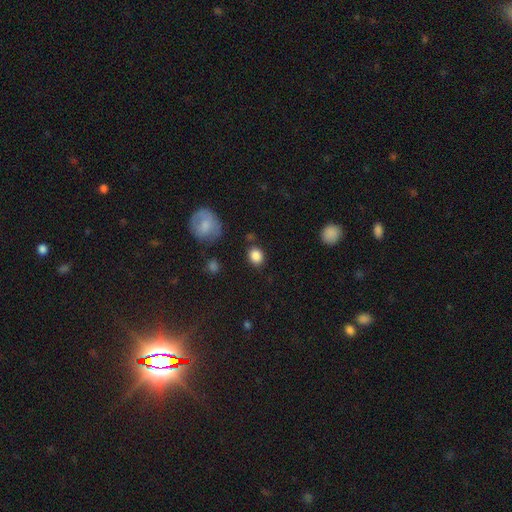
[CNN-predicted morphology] Smooth or featured?
  - smooth: 86% *
  - star or artifact: 9%
  - featured or disk: 5%
How rounded?
  - round: 55% *
  - in between: 44%
  - cigar-shaped: 1%
Merging?
  - none: 82% *
  - minor disturbance: 11%
  - major disturbance: 3%
  - merger: 3%